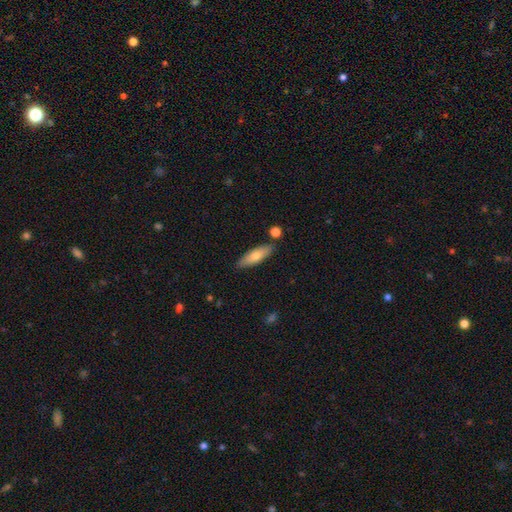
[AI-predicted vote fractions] A smooth galaxy with no disk features (67%) that is cigar-shaped (53%). Merging: none (85%).